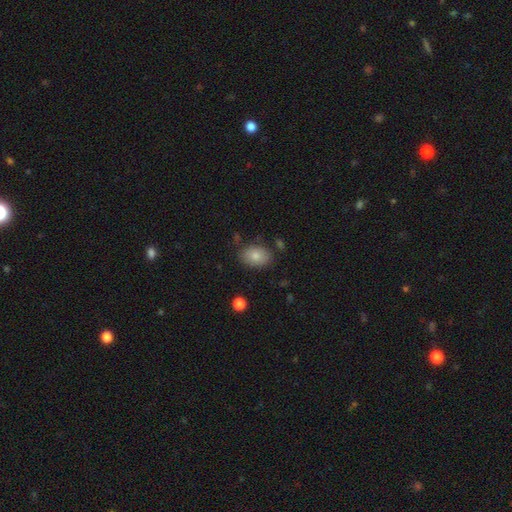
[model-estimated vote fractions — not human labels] Smooth or featured? Predicted: smooth (p=0.81). How rounded? Predicted: in between (p=0.79). Merging? Predicted: none (p=0.80).